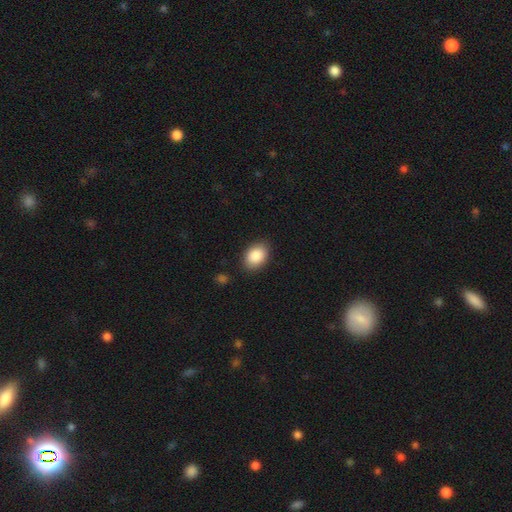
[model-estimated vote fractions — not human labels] Smooth or featured? Predicted: smooth (p=0.88). How rounded? Predicted: in between (p=0.80). Merging? Predicted: none (p=0.86).